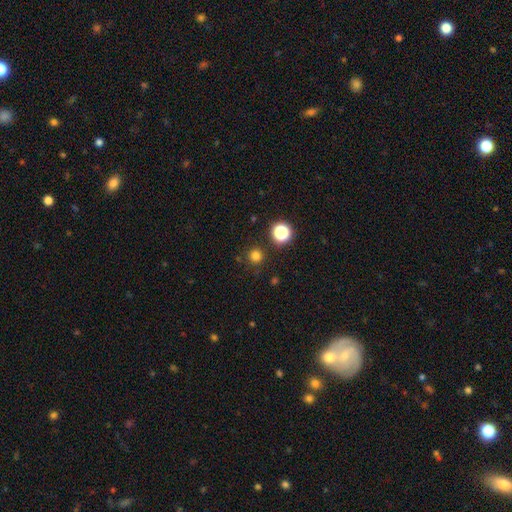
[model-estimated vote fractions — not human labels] The model was most divided on "smooth or featured": smooth: 77%, star or artifact: 19%, featured or disk: 5%. More confident: how rounded — round (95%); merging — none (89%).